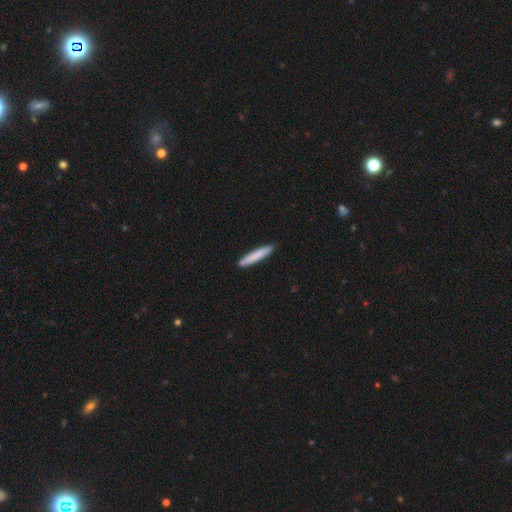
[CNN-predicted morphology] smooth_or_featured: smooth (p=0.78) [alt: featured or disk p=0.17]
how_rounded: cigar-shaped (p=0.95) [alt: in between p=0.04]
merging: none (p=0.88) [alt: minor disturbance p=0.09]